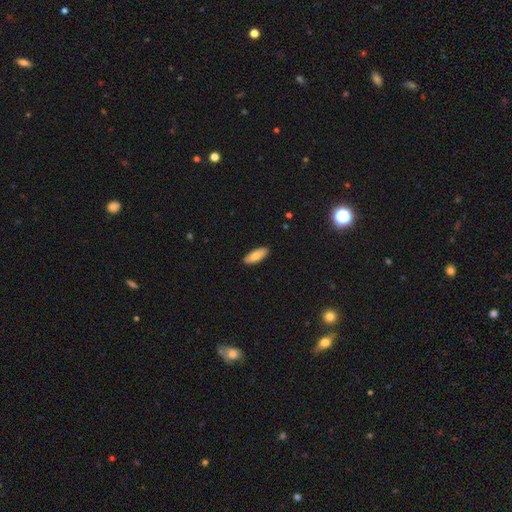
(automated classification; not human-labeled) Q: Smooth or featured?
A: smooth (81%); runner-up: featured or disk (13%)
Q: How rounded?
A: in between (77%); runner-up: cigar-shaped (22%)
Q: Merging?
A: none (90%); runner-up: minor disturbance (7%)